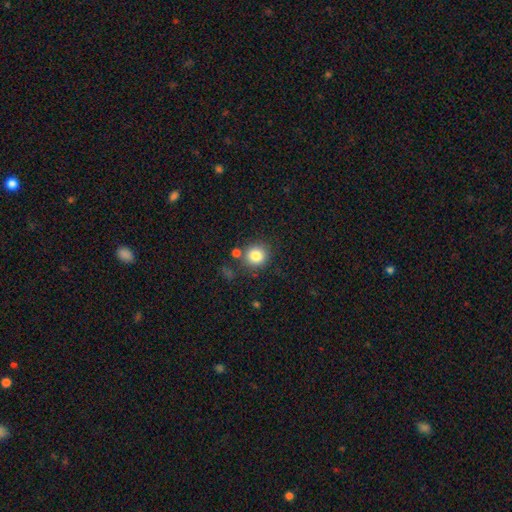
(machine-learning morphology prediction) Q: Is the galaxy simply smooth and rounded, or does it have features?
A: smooth — 83%.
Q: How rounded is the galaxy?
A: round — 88%.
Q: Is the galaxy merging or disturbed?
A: none — 77%.